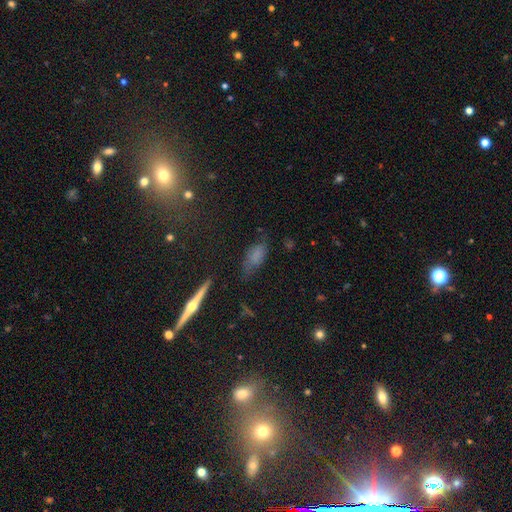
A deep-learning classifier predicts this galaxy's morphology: type=smooth (59%); roundness=in between (77%); merging=none (55%).